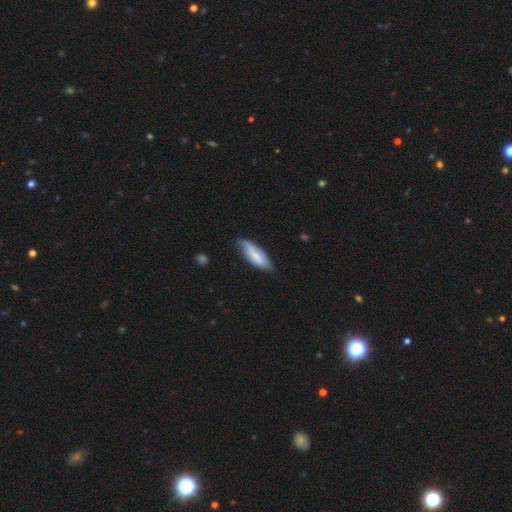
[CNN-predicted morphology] The model was most divided on "how rounded": in between: 61%, cigar-shaped: 37%, round: 2%. More confident: smooth or featured — smooth (72%); merging — none (61%).